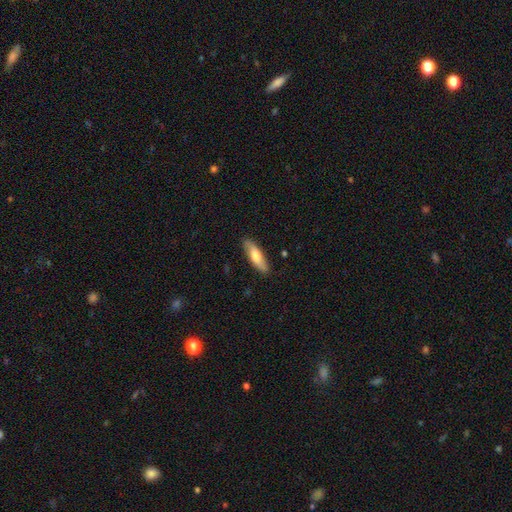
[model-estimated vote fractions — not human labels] The model was most divided on "how rounded": cigar-shaped: 53%, in between: 45%, round: 2%. More confident: merging — none (86%); smooth or featured — smooth (66%).